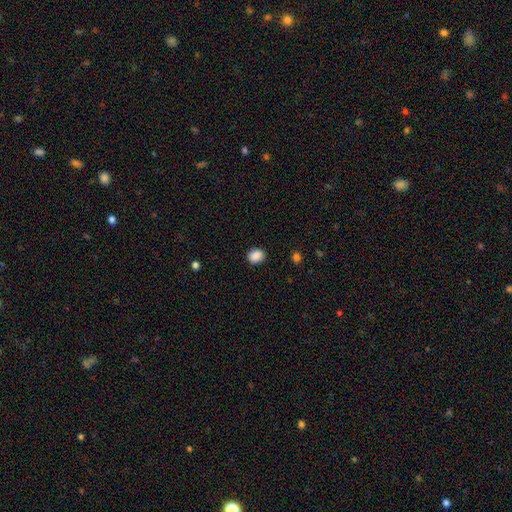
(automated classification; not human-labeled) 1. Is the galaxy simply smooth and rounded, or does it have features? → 89% smooth, 9% star or artifact, 3% featured or disk.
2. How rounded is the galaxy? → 56% round, 43% in between, 1% cigar-shaped.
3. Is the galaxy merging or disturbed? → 88% none, 8% minor disturbance, 2% major disturbance, 1% merger.